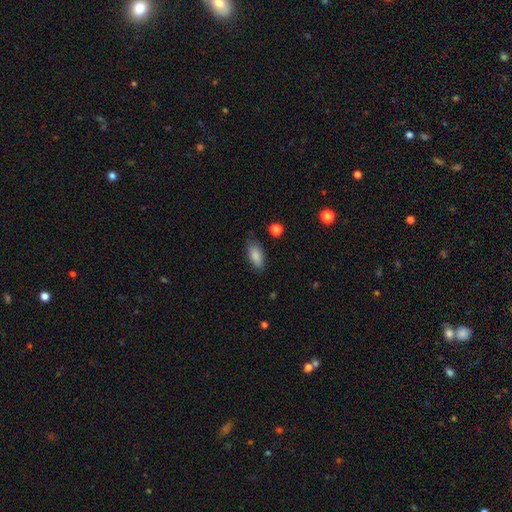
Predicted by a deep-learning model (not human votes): Morphology: type=smooth (86%); roundness=in between (84%); merging=none (81%).